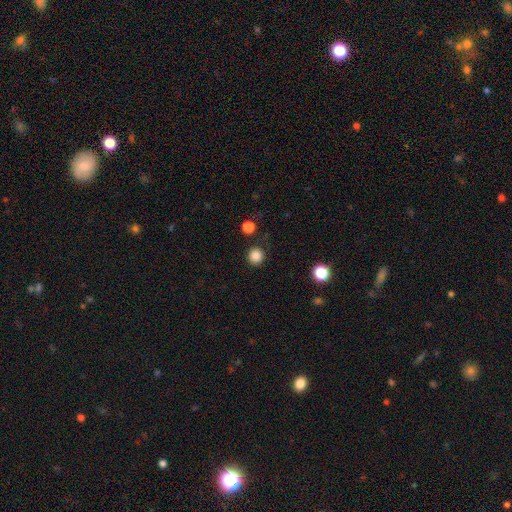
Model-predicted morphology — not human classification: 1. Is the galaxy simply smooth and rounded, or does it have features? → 85% smooth, 12% star or artifact, 4% featured or disk.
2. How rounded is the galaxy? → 93% round, 6% in between, 1% cigar-shaped.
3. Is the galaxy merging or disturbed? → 89% none, 7% minor disturbance, 2% major disturbance, 2% merger.